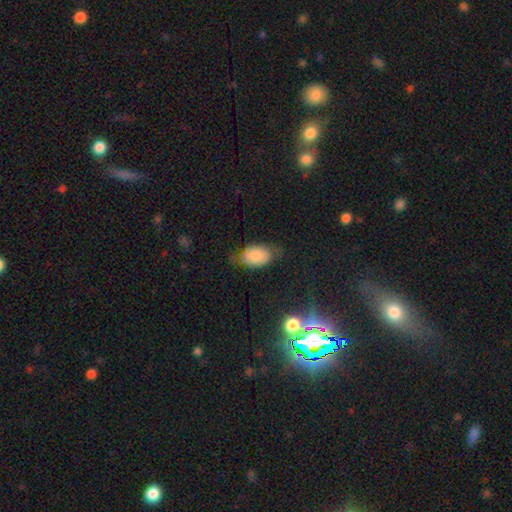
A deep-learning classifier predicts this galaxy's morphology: smooth-or-featured: smooth: 79% | featured or disk: 13% | star or artifact: 8%
  how-rounded: in between: 86% | round: 12% | cigar-shaped: 1%
  merging: none: 54% | minor disturbance: 32% | major disturbance: 12% | merger: 2%